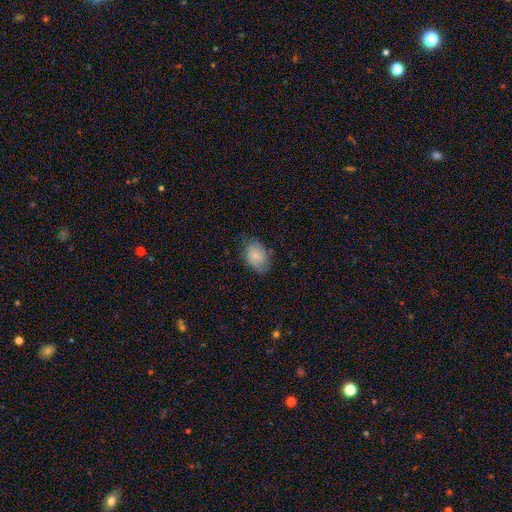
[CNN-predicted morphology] A smooth galaxy with no disk features (77%) that is in between round and cigar-shaped (78%). Merging: none (66%).